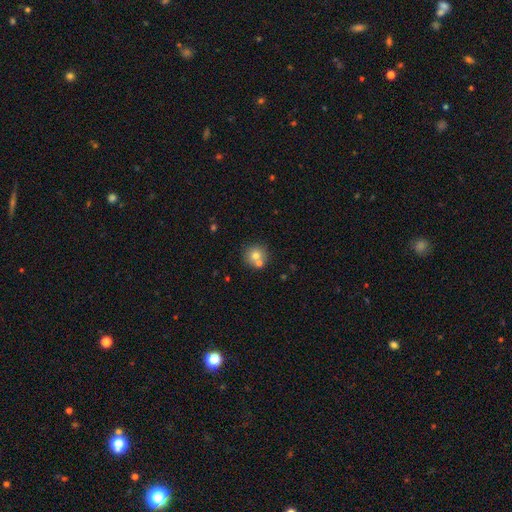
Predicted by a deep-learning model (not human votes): A smooth galaxy with no disk features (72%) that is round (92%). Merging: none (63%).